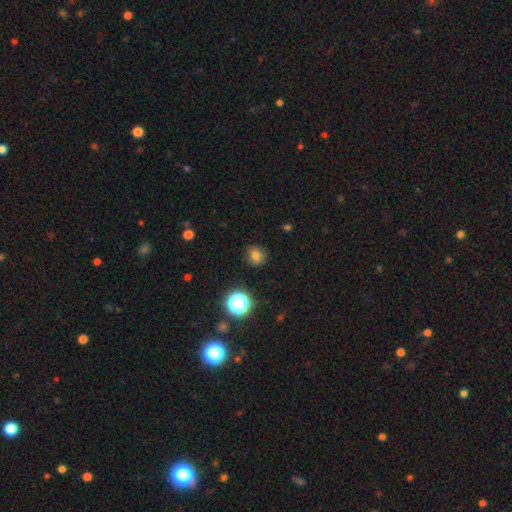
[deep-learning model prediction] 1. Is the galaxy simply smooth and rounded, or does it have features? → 75% smooth, 17% star or artifact, 8% featured or disk.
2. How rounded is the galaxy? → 78% round, 21% in between, 1% cigar-shaped.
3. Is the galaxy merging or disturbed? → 86% none, 10% minor disturbance, 3% major disturbance, 1% merger.